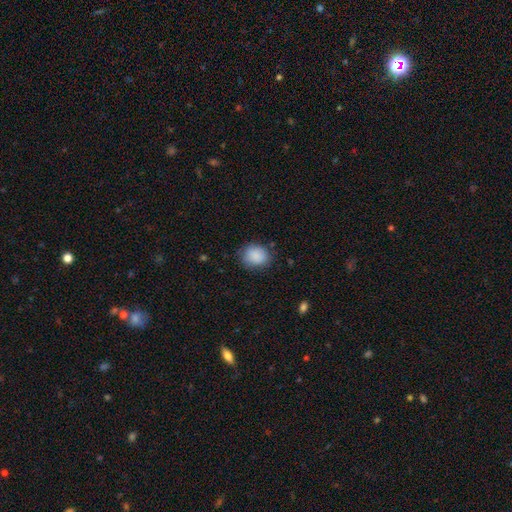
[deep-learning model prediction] Morphology: type=smooth (88%); roundness=round (64%); merging=none (78%).